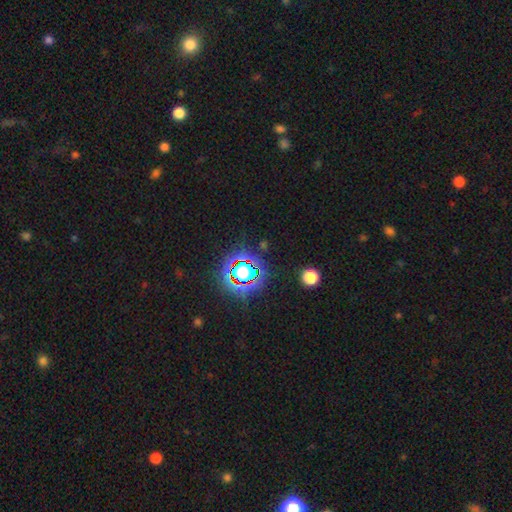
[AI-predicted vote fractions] A star or artifact, not a galaxy (81%).

Vote fractions:
- Smooth or featured? star or artifact: 81% / smooth: 12% / featured or disk: 7%